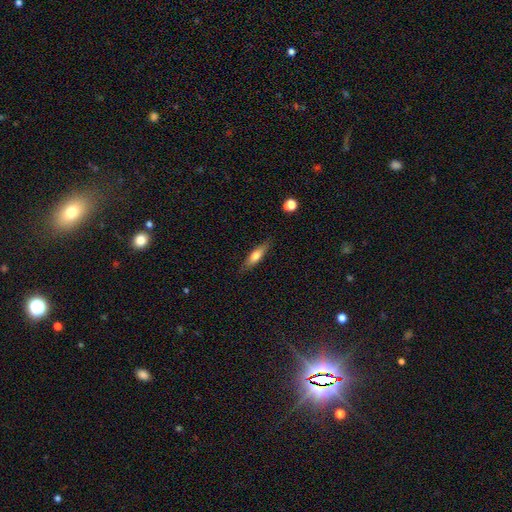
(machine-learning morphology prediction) Smooth or featured? Predicted: smooth (p=0.60). How rounded? Predicted: cigar-shaped (p=0.68). Merging? Predicted: none (p=0.82).